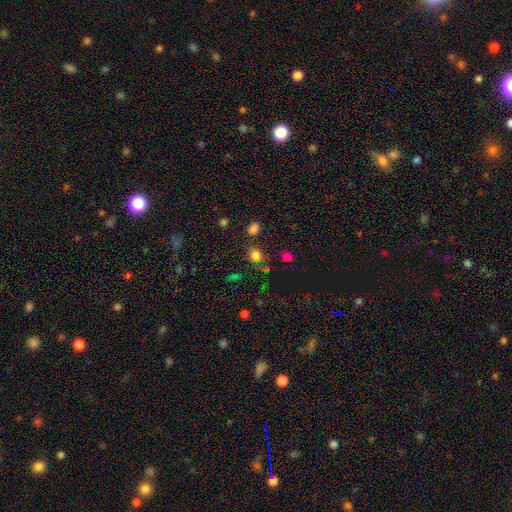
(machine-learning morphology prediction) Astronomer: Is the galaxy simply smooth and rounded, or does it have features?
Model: smooth — 76%.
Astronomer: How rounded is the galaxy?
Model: round — 66%.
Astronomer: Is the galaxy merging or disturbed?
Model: none — 70%.